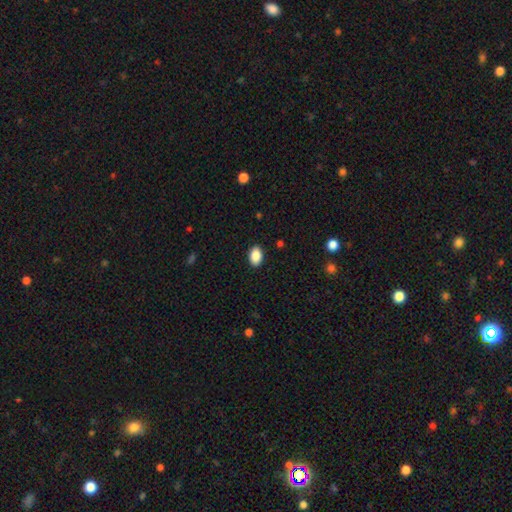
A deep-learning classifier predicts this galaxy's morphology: smooth_or_featured: smooth (p=0.89) [alt: star or artifact p=0.08]
how_rounded: in between (p=0.88) [alt: round p=0.10]
merging: none (p=0.90) [alt: minor disturbance p=0.07]